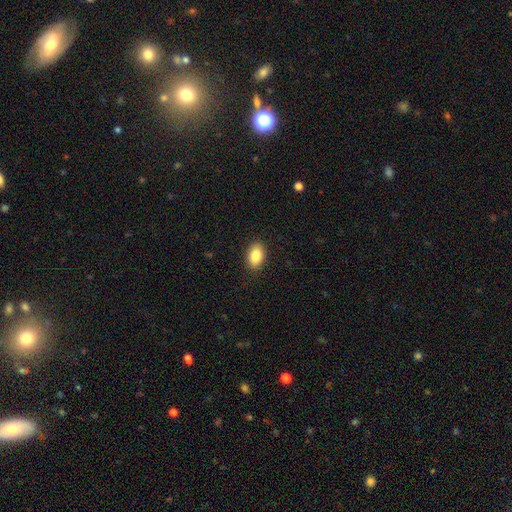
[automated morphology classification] Q: Smooth or featured?
A: smooth (87%); runner-up: star or artifact (7%)
Q: How rounded?
A: in between (91%); runner-up: round (7%)
Q: Merging?
A: none (89%); runner-up: minor disturbance (8%)